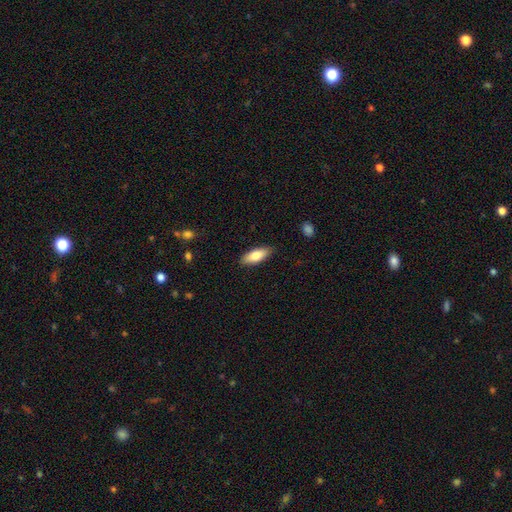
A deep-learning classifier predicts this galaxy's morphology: The model was most divided on "how rounded": in between: 72%, cigar-shaped: 26%, round: 2%. More confident: merging — none (87%); smooth or featured — smooth (78%).